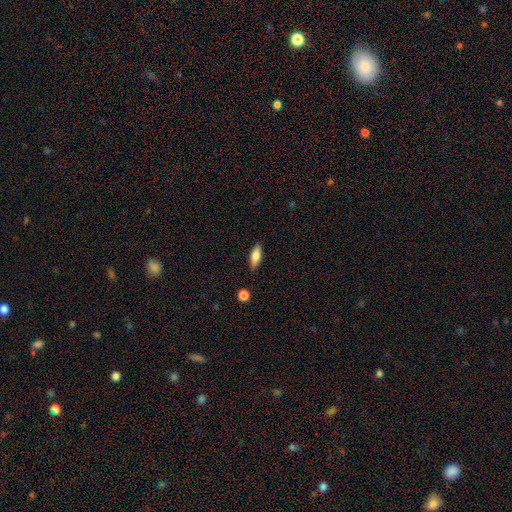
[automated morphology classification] Smooth or featured: smooth — 74% (featured or disk — 19%)
How rounded: in between — 56% (cigar-shaped — 41%)
Merging: none — 87% (minor disturbance — 10%)